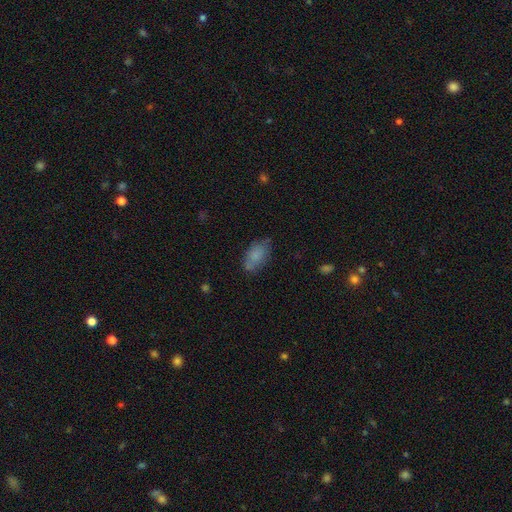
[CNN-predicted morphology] A smooth galaxy with no disk features (82%) that is in between round and cigar-shaped (92%).

Vote fractions:
- Smooth or featured? smooth: 82% / featured or disk: 11% / star or artifact: 8%
- How rounded? in between: 92% / cigar-shaped: 4% / round: 4%
- Merging? none: 71% / minor disturbance: 20% / major disturbance: 5% / merger: 4%